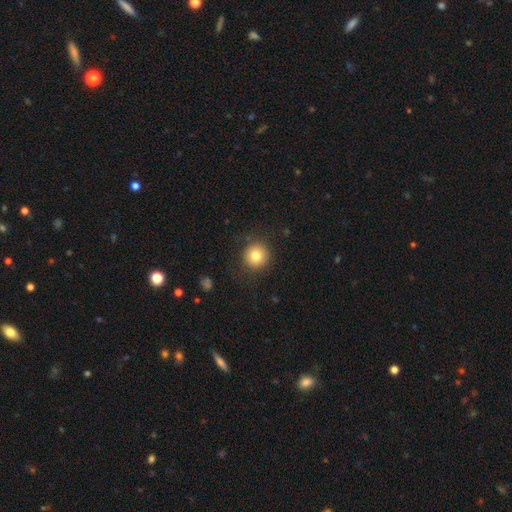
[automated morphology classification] This appears to be a smooth galaxy with no disk features (79%) that is round (94%). Merging: none (87%).